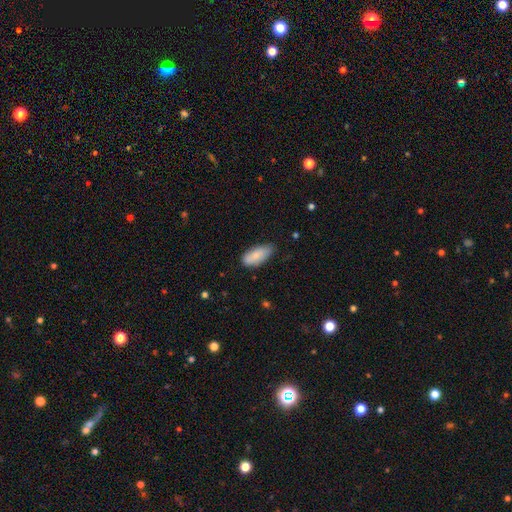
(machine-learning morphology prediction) type=smooth (82%); roundness=in between (87%); merging=none (68%).